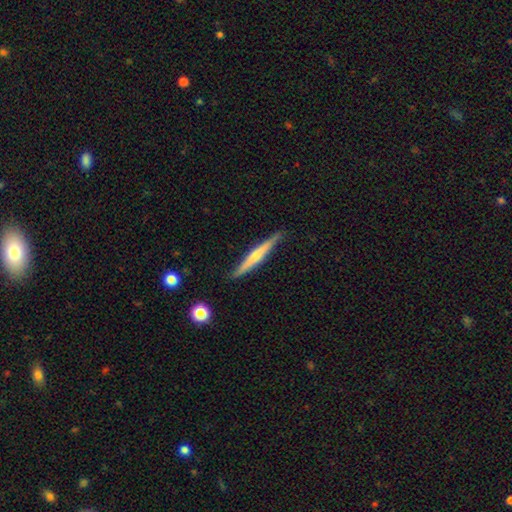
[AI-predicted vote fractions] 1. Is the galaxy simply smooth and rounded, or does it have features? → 64% featured or disk, 30% smooth, 6% star or artifact.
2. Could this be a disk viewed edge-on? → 97% yes, 3% no.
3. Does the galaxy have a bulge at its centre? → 68% rounded, 25% none, 7% boxy.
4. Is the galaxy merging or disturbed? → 88% none, 9% minor disturbance, 2% major disturbance, 1% merger.